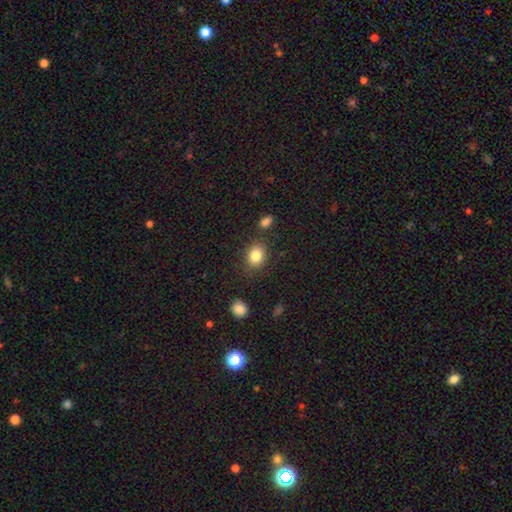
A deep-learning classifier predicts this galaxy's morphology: A smooth galaxy with no disk features (84%) that is in between round and cigar-shaped (56%).

Vote fractions:
- Smooth or featured? smooth: 84% / star or artifact: 10% / featured or disk: 7%
- How rounded? in between: 56% / round: 43% / cigar-shaped: 1%
- Merging? none: 79% / minor disturbance: 13% / merger: 5% / major disturbance: 4%